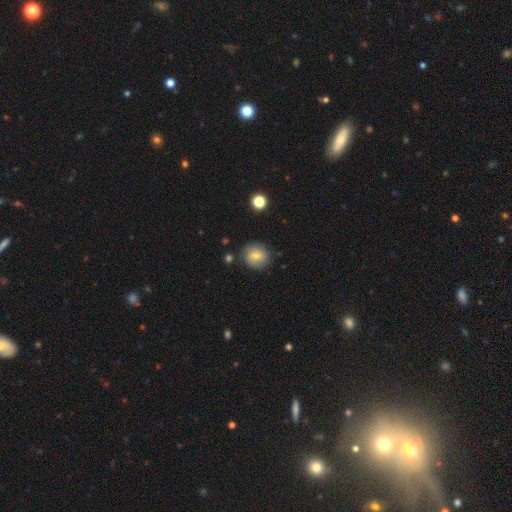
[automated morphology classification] smooth 71%, featured or disk 20%, star or artifact 10%. Down the decision tree: how rounded — round (86%); merging — none (82%).